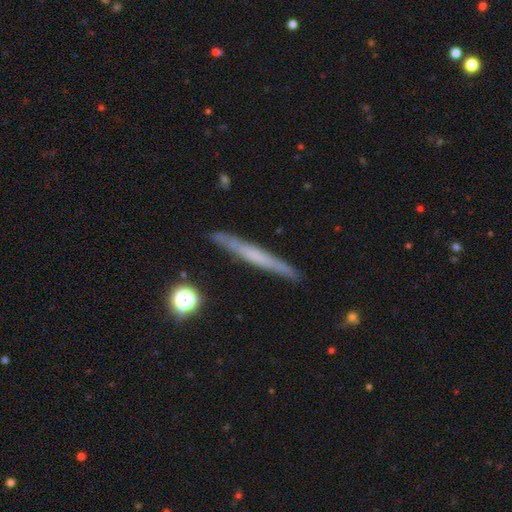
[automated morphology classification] smooth_or_featured: featured or disk (p=0.50) [alt: smooth p=0.42]
disk_edge_on: yes (p=0.95) [alt: no p=0.05]
merging: none (p=0.89) [alt: minor disturbance p=0.08]